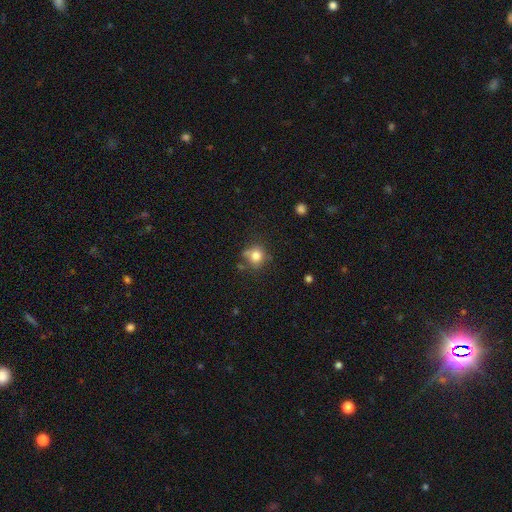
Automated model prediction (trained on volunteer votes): A smooth galaxy with no disk features (79%) that is round (86%).

Vote fractions:
- Smooth or featured? smooth: 79% / star or artifact: 12% / featured or disk: 9%
- How rounded? round: 86% / in between: 13% / cigar-shaped: 1%
- Merging? none: 68% / minor disturbance: 17% / merger: 10% / major disturbance: 5%